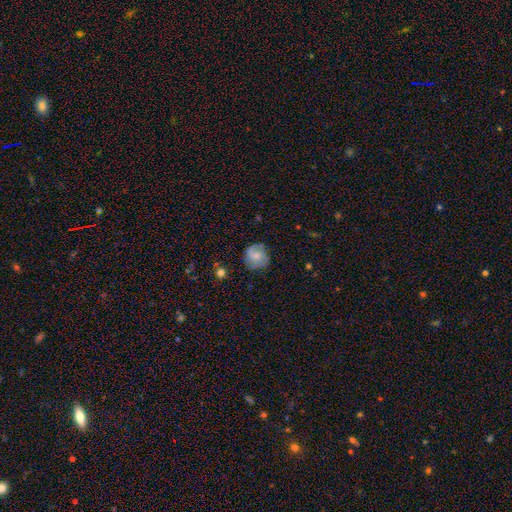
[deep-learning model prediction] A smooth galaxy with no disk features (54%) that is round (86%). Merging: none (74%).